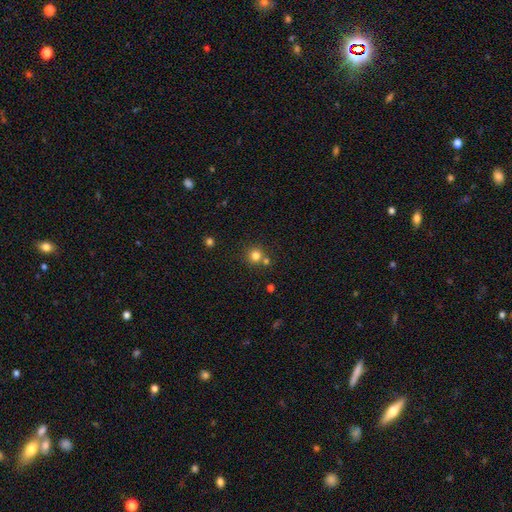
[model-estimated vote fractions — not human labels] Overall: smooth (80%). How rounded: round (92%). Merging: none (69%).